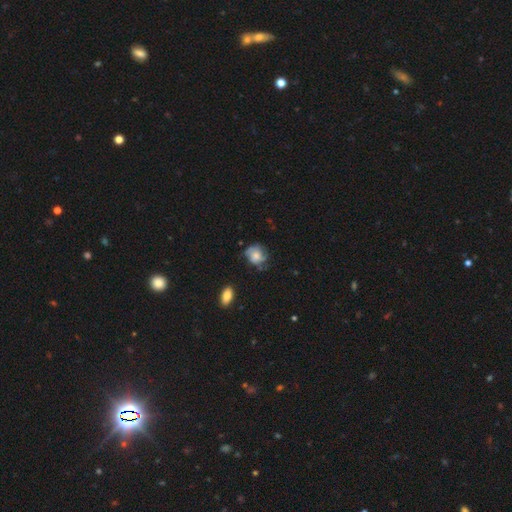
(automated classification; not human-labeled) Smooth or featured?
  - featured or disk: 50% *
  - smooth: 41%
  - star or artifact: 9%
Edge-on disk?
  - no: 97% *
  - yes: 3%
Merging?
  - none: 60% *
  - minor disturbance: 26%
  - major disturbance: 12%
  - merger: 2%